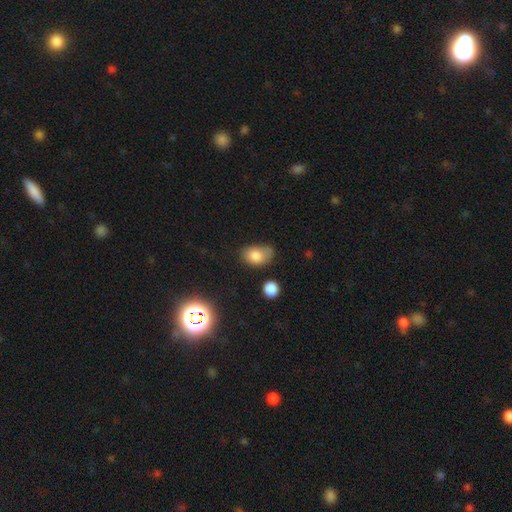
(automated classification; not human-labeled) Smooth or featured? Predicted: smooth (p=0.80). How rounded? Predicted: in between (p=0.81). Merging? Predicted: none (p=0.45).